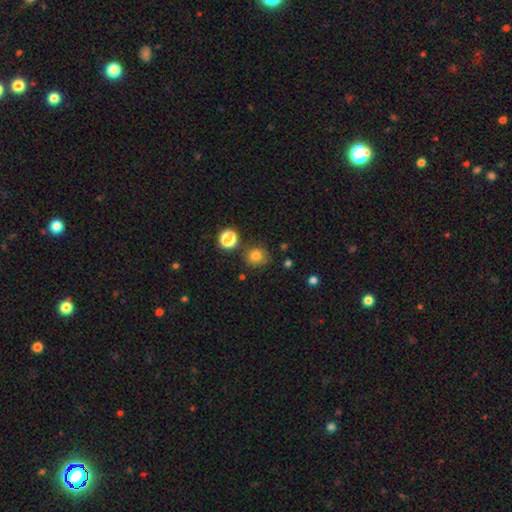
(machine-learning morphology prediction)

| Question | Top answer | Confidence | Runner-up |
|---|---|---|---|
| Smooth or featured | smooth | 79% | star or artifact (14%) |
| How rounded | round | 84% | in between (15%) |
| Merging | none | 77% | minor disturbance (15%) |